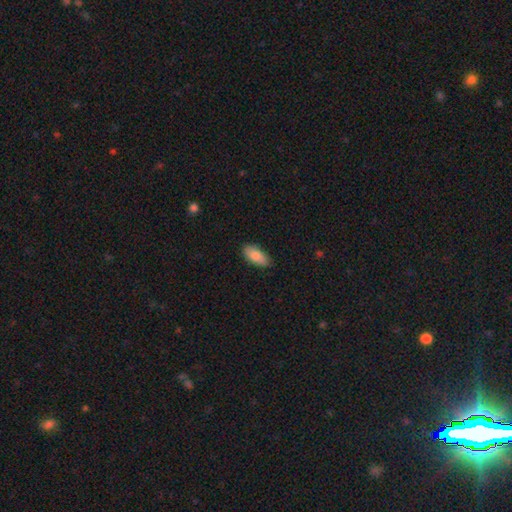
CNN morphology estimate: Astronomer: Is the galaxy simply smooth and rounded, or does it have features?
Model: smooth — 85%.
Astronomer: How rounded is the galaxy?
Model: in between — 90%.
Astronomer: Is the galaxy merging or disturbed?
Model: none — 86%.